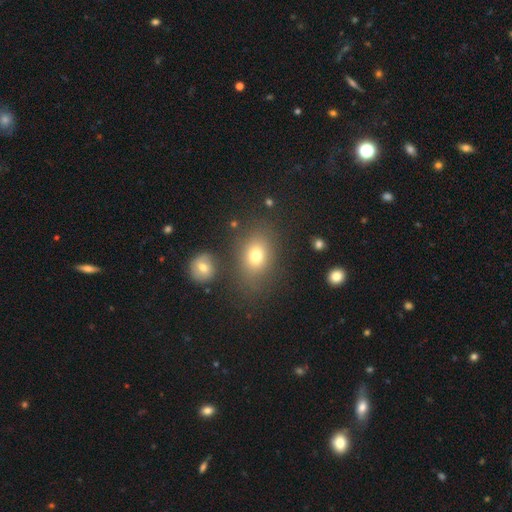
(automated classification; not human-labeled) Smooth or featured?
  - smooth: 73% *
  - star or artifact: 14%
  - featured or disk: 13%
How rounded?
  - in between: 65% *
  - round: 33%
  - cigar-shaped: 2%
Merging?
  - none: 74% *
  - minor disturbance: 13%
  - merger: 7%
  - major disturbance: 6%